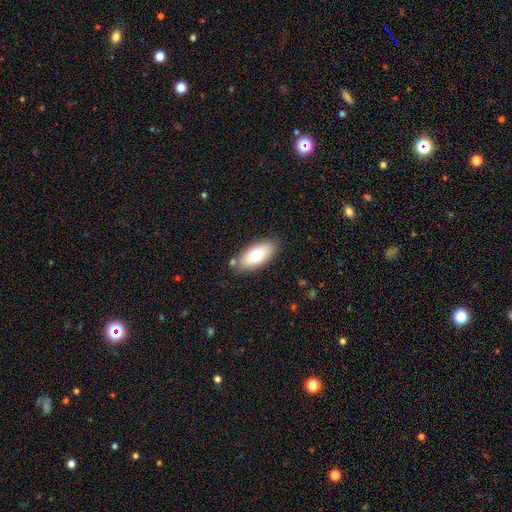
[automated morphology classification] Smooth or featured? smooth (73%)
How rounded? in between (86%)
Merging? none (81%)